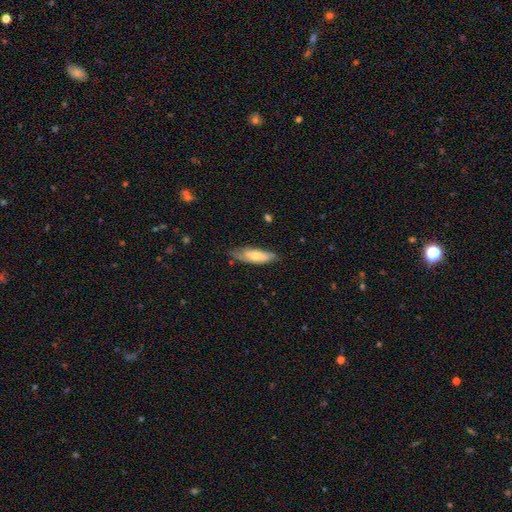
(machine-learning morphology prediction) A smooth galaxy with no disk features (56%) that is in between round and cigar-shaped (57%).

Vote fractions:
- Smooth or featured? smooth: 56% / featured or disk: 38% / star or artifact: 6%
- How rounded? in between: 57% / cigar-shaped: 41% / round: 2%
- Merging? none: 66% / minor disturbance: 26% / major disturbance: 6% / merger: 2%